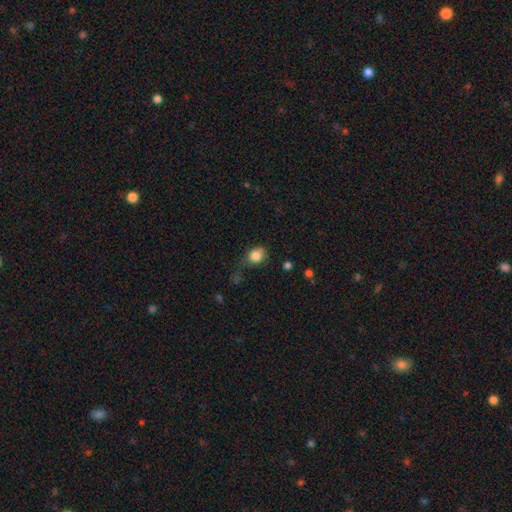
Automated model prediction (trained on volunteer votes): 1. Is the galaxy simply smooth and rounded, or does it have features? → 84% smooth, 10% star or artifact, 6% featured or disk.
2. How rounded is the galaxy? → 60% round, 39% in between, 1% cigar-shaped.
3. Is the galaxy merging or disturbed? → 55% none, 29% minor disturbance, 12% major disturbance, 4% merger.